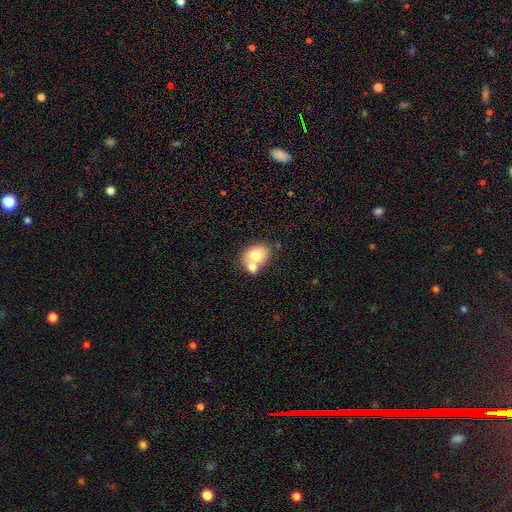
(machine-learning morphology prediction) smooth 70%, featured or disk 22%, star or artifact 8%. Down the decision tree: how rounded — in between (57%); merging — merger (55%).